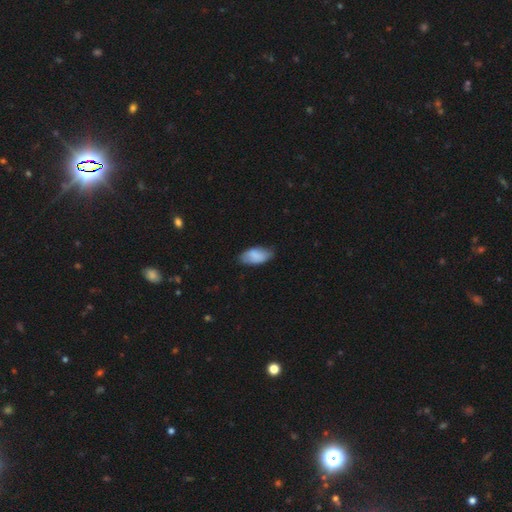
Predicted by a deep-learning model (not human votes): Smooth or featured: smooth — 81% (featured or disk — 12%)
How rounded: in between — 93% (cigar-shaped — 4%)
Merging: none — 68% (minor disturbance — 26%)